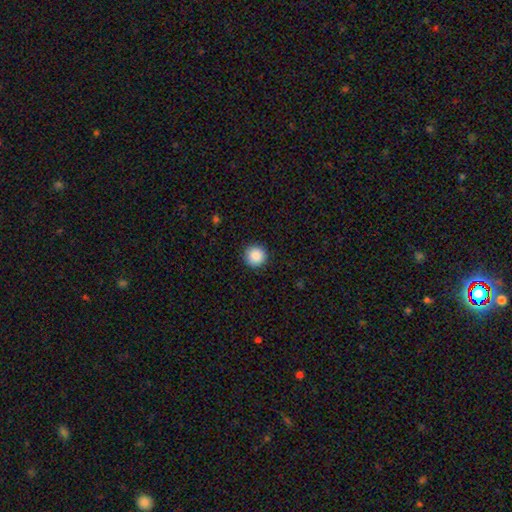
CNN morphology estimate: Overall: smooth (89%). How rounded: round (96%). Merging: none (92%).